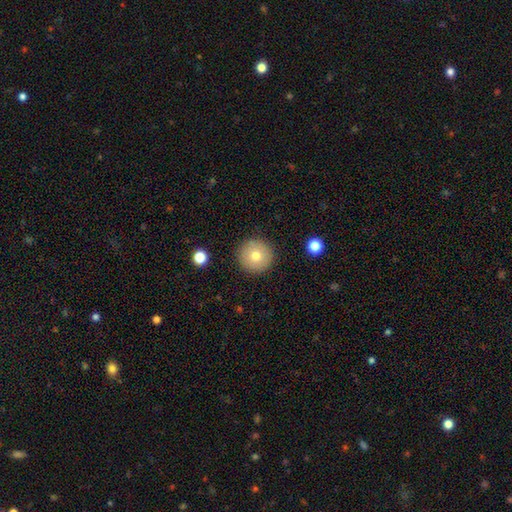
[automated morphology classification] Smooth or featured? smooth (76%)
How rounded? round (96%)
Merging? none (91%)